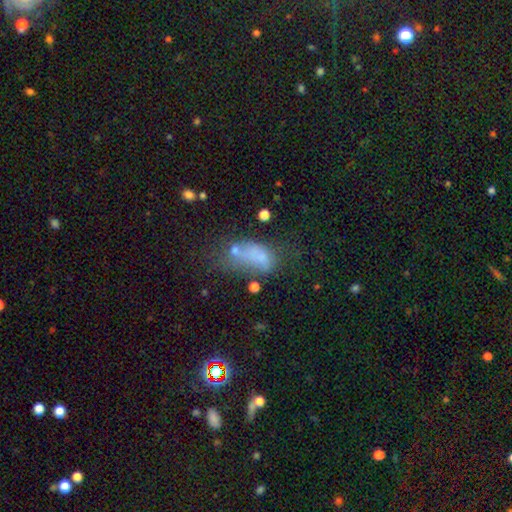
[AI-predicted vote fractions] A smooth galaxy with no disk features (56%) that is in between round and cigar-shaped (85%). Merging: major disturbance (34%).